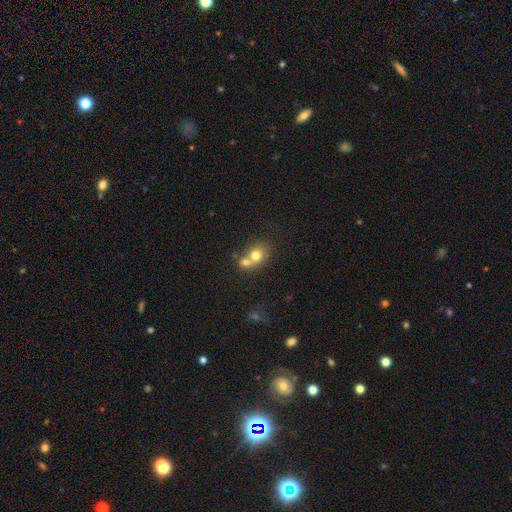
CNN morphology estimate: Smooth or featured? Predicted: smooth (p=0.72). How rounded? Predicted: round (p=0.63). Merging? Predicted: merger (p=0.59).